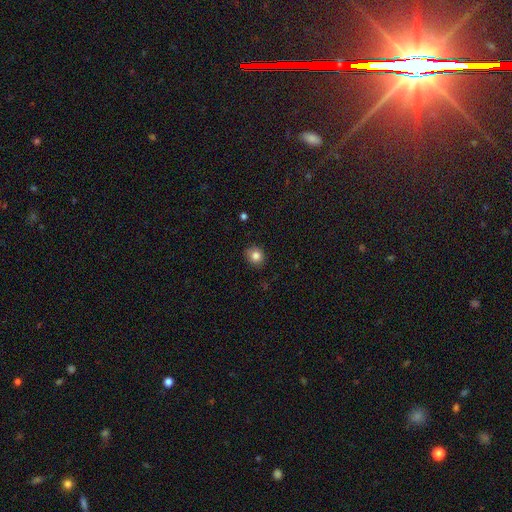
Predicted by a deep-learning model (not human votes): Q: Smooth or featured?
A: smooth (83%); runner-up: star or artifact (10%)
Q: How rounded?
A: round (78%); runner-up: in between (21%)
Q: Merging?
A: none (87%); runner-up: minor disturbance (10%)